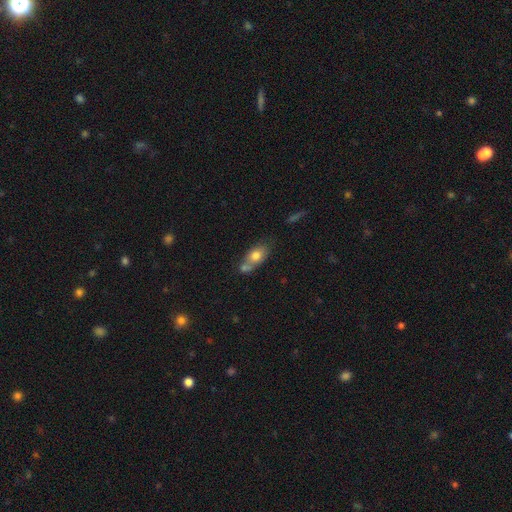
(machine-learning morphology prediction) Smooth or featured? smooth (73%)
How rounded? in between (77%)
Merging? merger (42%)